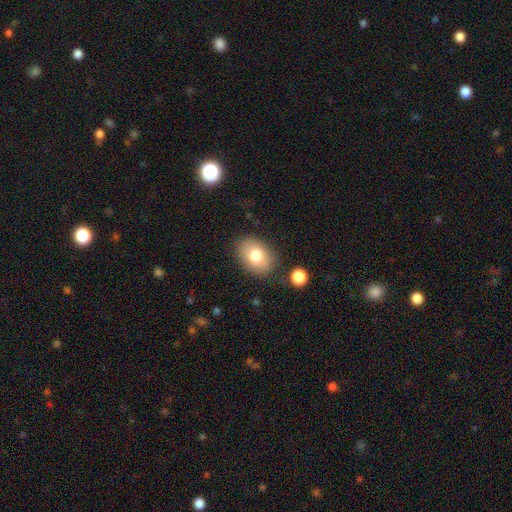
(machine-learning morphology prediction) Smooth or featured: smooth — 78% (featured or disk — 14%)
How rounded: in between — 75% (round — 24%)
Merging: none — 81% (minor disturbance — 12%)